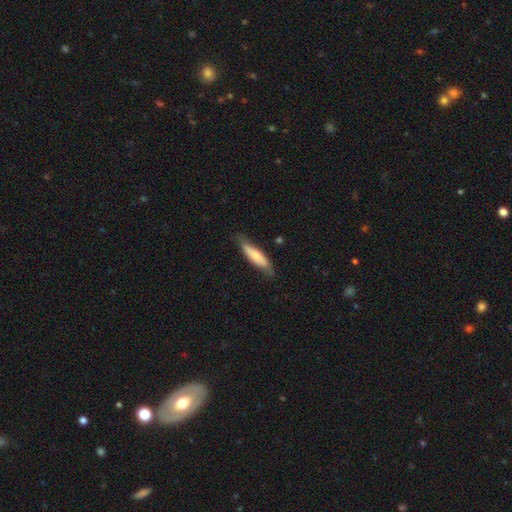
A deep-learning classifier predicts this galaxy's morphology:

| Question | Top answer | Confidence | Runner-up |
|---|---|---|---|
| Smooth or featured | smooth | 67% | featured or disk (28%) |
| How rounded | cigar-shaped | 70% | in between (29%) |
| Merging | none | 75% | minor disturbance (20%) |